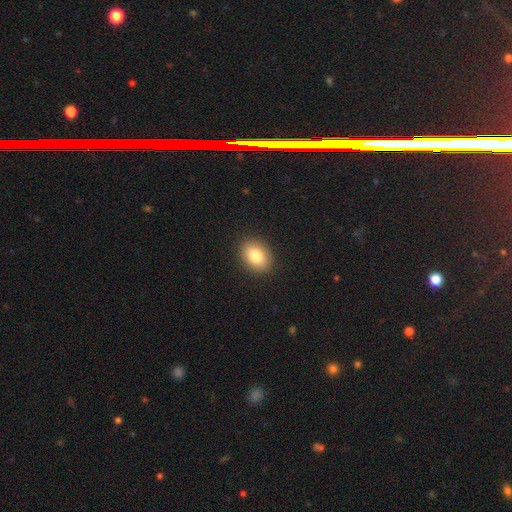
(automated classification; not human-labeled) Smooth or featured: smooth — 83% (featured or disk — 9%)
How rounded: in between — 69% (round — 30%)
Merging: none — 90% (minor disturbance — 7%)